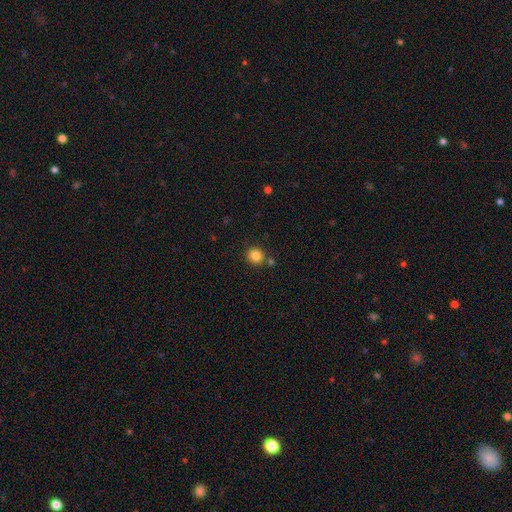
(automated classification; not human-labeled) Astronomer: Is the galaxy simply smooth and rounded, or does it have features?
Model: smooth — 84%.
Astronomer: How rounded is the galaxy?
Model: round — 91%.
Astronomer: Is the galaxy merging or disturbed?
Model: none — 81%.